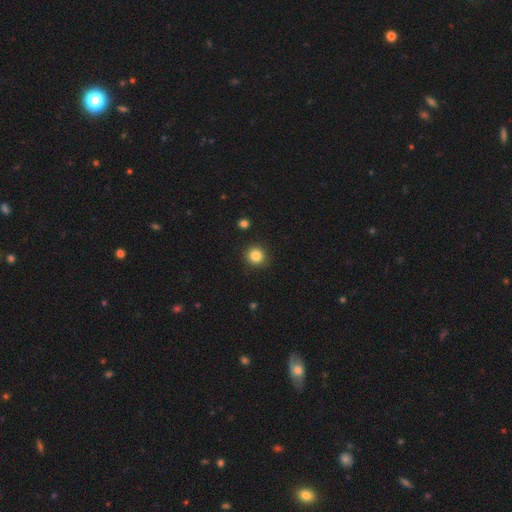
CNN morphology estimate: Smooth or featured? Predicted: smooth (p=0.85). How rounded? Predicted: round (p=0.91). Merging? Predicted: none (p=0.90).